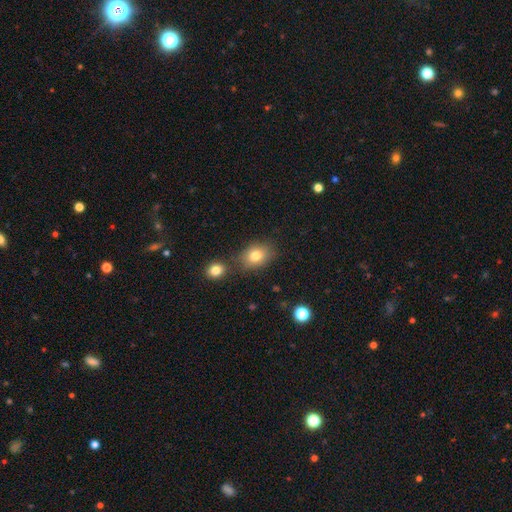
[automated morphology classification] smooth_or_featured: smooth (p=0.78) [alt: star or artifact p=0.11]
how_rounded: in between (p=0.65) [alt: round p=0.33]
merging: none (p=0.70) [alt: minor disturbance p=0.13]